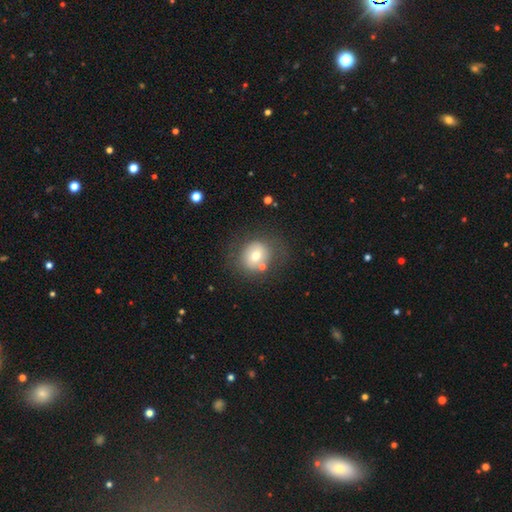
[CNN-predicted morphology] Overall: smooth (66%). How rounded: round (75%). Merging: none (70%).